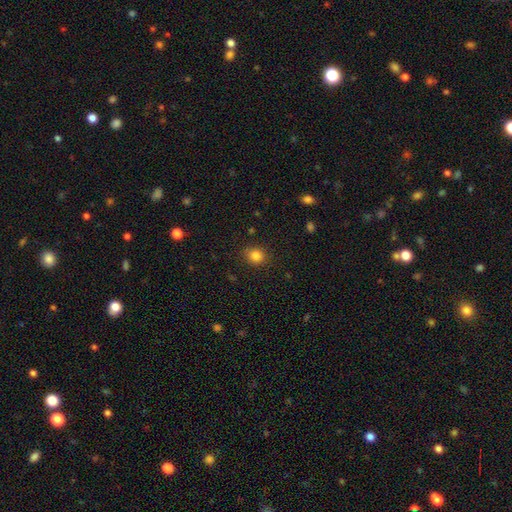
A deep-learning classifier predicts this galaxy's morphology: This appears to be a smooth galaxy with no disk features (84%) that is round (73%). Merging: none (86%).